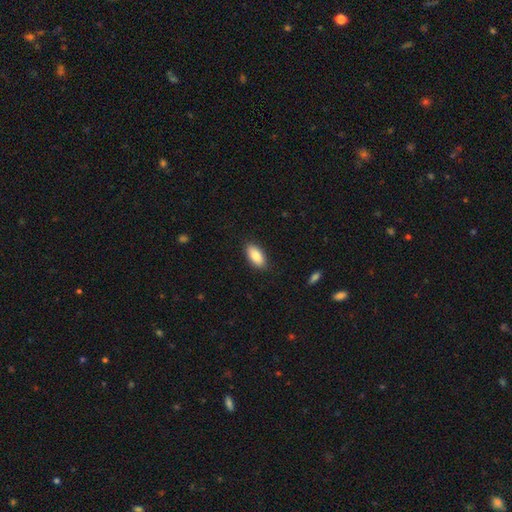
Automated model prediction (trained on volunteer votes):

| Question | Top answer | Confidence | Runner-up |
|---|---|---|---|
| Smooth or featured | smooth | 86% | featured or disk (7%) |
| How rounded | in between | 91% | cigar-shaped (7%) |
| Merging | none | 88% | minor disturbance (9%) |